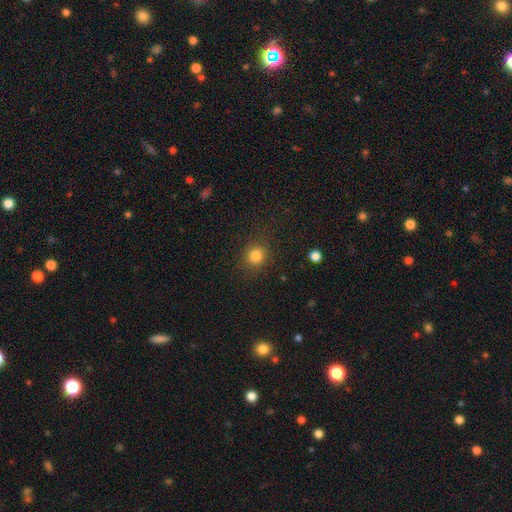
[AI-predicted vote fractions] This appears to be a smooth galaxy with no disk features (83%) that is round (82%). Merging: none (85%).